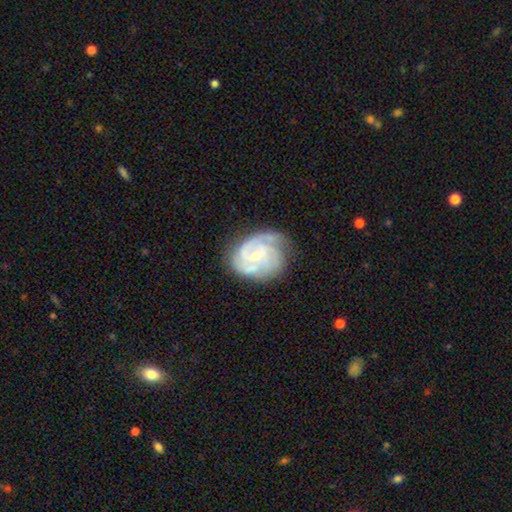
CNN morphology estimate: The model was most divided on "spiral arm count": 3: 34%, 2: 29%, can't tell: 21%, 4: 7%, 1: 5%, more than 4: 4%. Remaining: edge-on disk — no (98%); spiral arms — yes (95%); smooth or featured — featured or disk (84%); bulge size — small (68%); merging — none (63%); spiral winding — tight (59%); bar — no (49%).